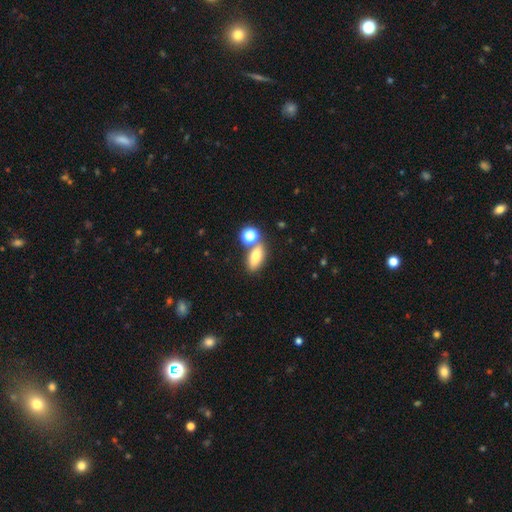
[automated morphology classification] Smooth or featured: smooth — 75% (featured or disk — 14%)
How rounded: in between — 71% (cigar-shaped — 16%)
Merging: none — 62% (merger — 22%)